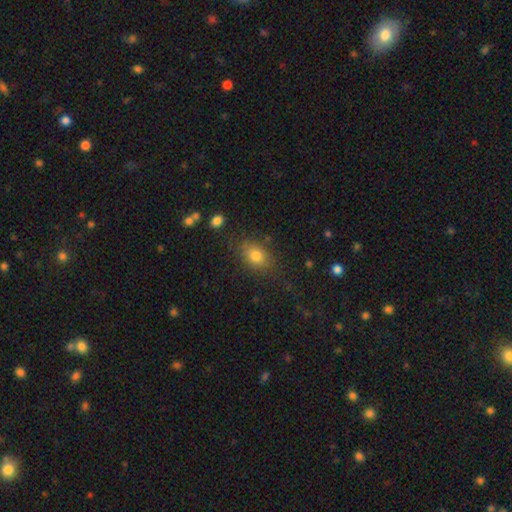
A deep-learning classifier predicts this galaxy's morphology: This is likely a smooth galaxy (79%). How rounded: likely in between (72%). Merging: likely none (76%).